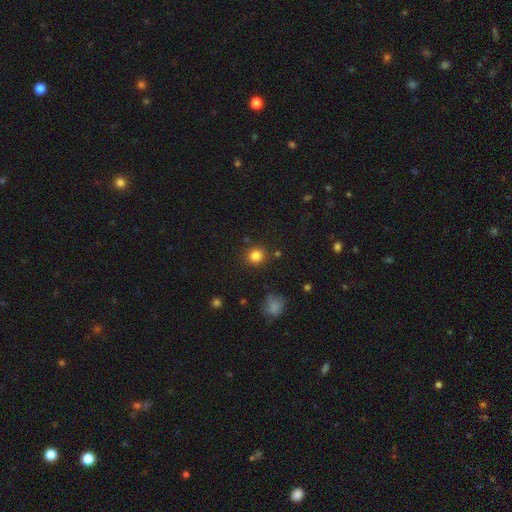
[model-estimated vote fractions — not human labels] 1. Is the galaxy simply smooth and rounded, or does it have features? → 83% smooth, 12% star or artifact, 5% featured or disk.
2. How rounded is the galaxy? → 87% round, 12% in between, 1% cigar-shaped.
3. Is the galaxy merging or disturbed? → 87% none, 7% minor disturbance, 3% merger, 3% major disturbance.